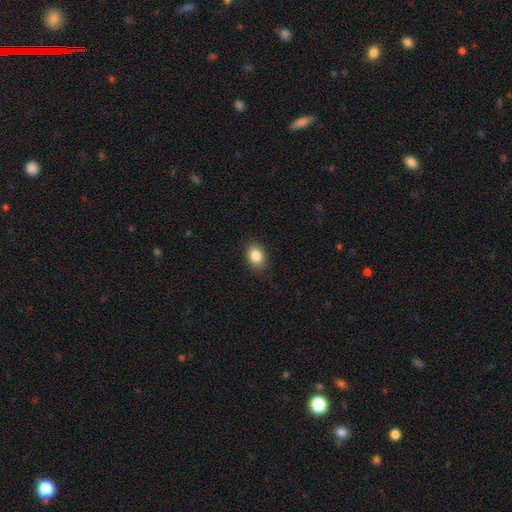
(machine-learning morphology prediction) smooth_or_featured: smooth (p=0.86) [alt: star or artifact p=0.08]
how_rounded: in between (p=0.74) [alt: round p=0.25]
merging: none (p=0.86) [alt: minor disturbance p=0.11]